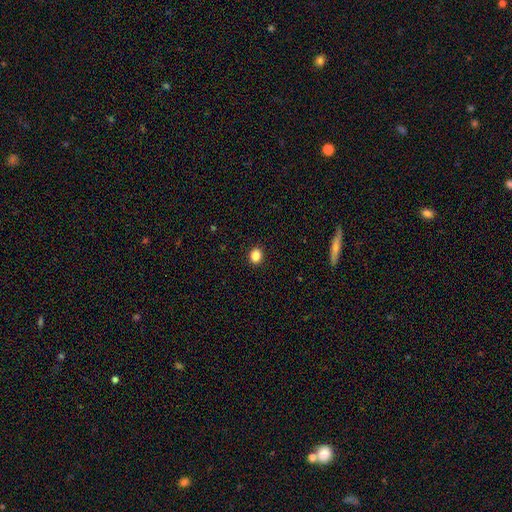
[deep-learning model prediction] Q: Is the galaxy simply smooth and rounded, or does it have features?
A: smooth — 85%.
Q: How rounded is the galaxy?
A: round — 67%.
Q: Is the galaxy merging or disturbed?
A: none — 92%.